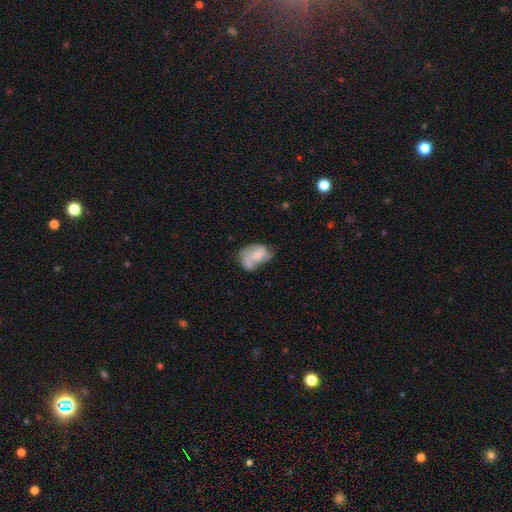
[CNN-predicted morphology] Smooth or featured? featured or disk (52%)
Edge-on disk? no (97%)
Bar? no (68%)
Spiral arms? yes (73%)
Bulge size? moderate (36%, tied with small)
Merging? none (34%)